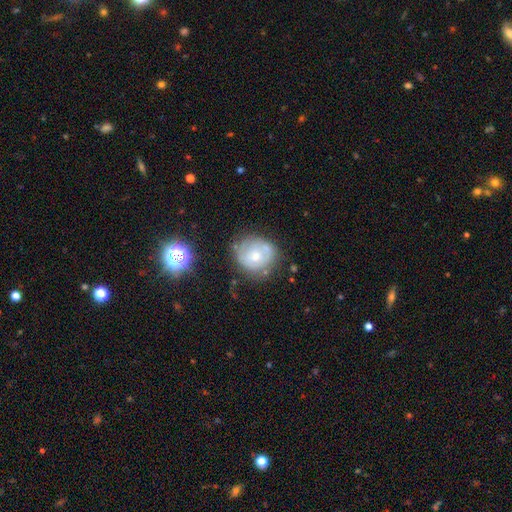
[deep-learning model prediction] smooth-or-featured: featured or disk: 52% | smooth: 39% | star or artifact: 9%
  disk-edge-on: no: 97% | yes: 3%
    bar: no: 79% | weak: 18% | strong: 3%
    has-spiral-arms: yes: 54% | no: 46%
    bulge-size: moderate: 48% | small: 46% | large: 3% | none: 2% | dominant: 1%
  merging: none: 57% | minor disturbance: 25% | major disturbance: 10% | merger: 8%